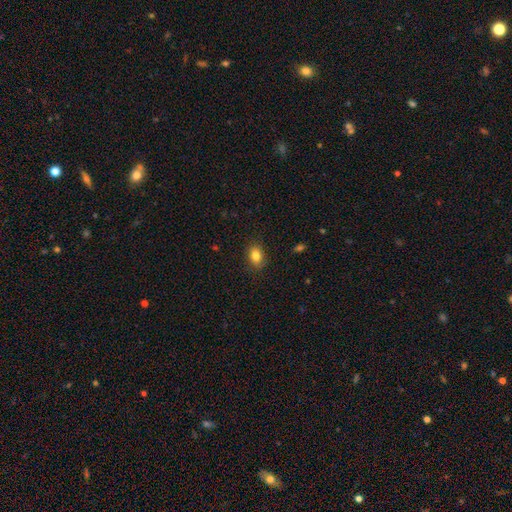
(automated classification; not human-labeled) This is clearly a smooth galaxy (83%). How rounded: likely in between (75%). Merging: clearly none (87%).